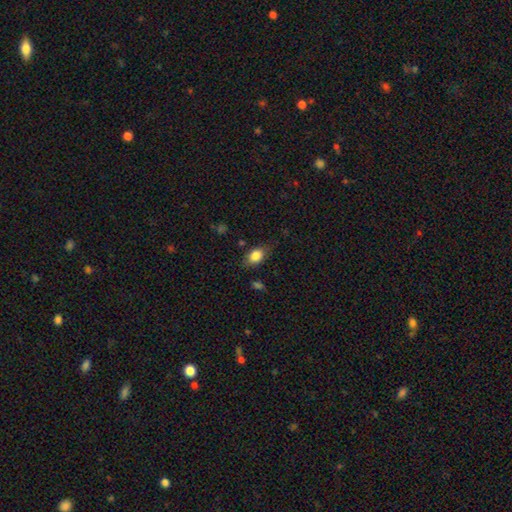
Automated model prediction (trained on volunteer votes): Morphology: type=smooth (83%); roundness=in between (80%); merging=none (73%).